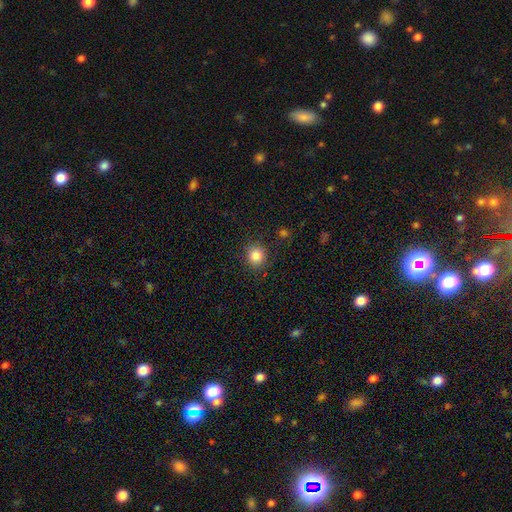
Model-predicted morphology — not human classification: A smooth galaxy with no disk features (85%) that is round (89%).

Vote fractions:
- Smooth or featured? smooth: 85% / star or artifact: 10% / featured or disk: 5%
- How rounded? round: 89% / in between: 10% / cigar-shaped: 1%
- Merging? none: 87% / minor disturbance: 8% / major disturbance: 3% / merger: 2%